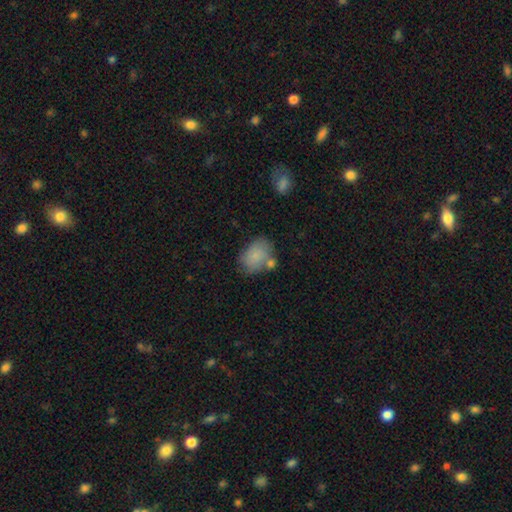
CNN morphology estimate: This appears to be a smooth galaxy with no disk features (79%) that is in between round and cigar-shaped (77%). Merging: none (52%).